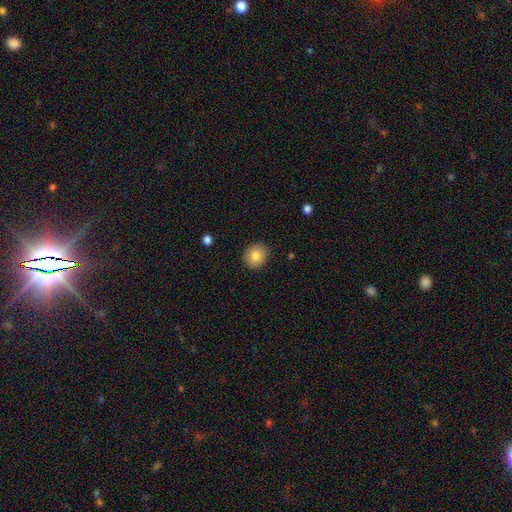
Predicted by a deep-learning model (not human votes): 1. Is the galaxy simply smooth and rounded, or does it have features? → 82% smooth, 9% featured or disk, 9% star or artifact.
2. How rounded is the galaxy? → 73% round, 26% in between, 1% cigar-shaped.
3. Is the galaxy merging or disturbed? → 89% none, 8% minor disturbance, 2% major disturbance, 1% merger.